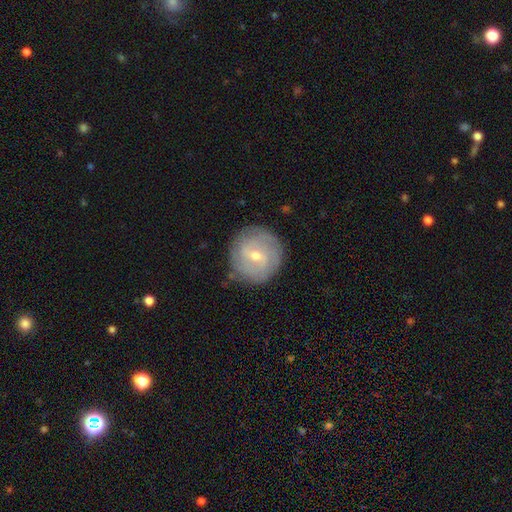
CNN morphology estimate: featured or disk 70%, smooth 23%, star or artifact 7%. Down the decision tree: edge-on disk — no (97%); bar — weak (58%); spiral arms — yes (86%); spiral arm count — 2 (37%, tied with can't tell); spiral winding — tight (63%); bulge size — small (51%); merging — none (83%).